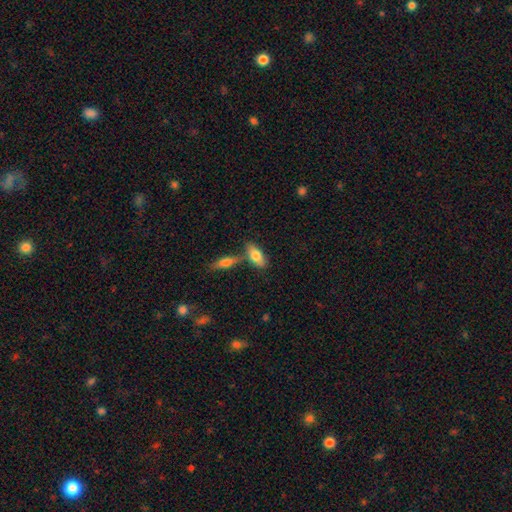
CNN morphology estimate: type=smooth (77%); roundness=in between (84%); merging=none (56%).